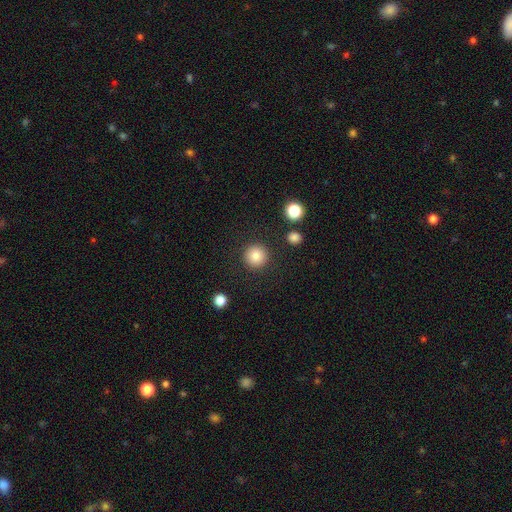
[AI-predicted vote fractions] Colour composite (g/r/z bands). It shows a smooth galaxy with no disk features (86%) that is round (96%). Merging: none (91%).